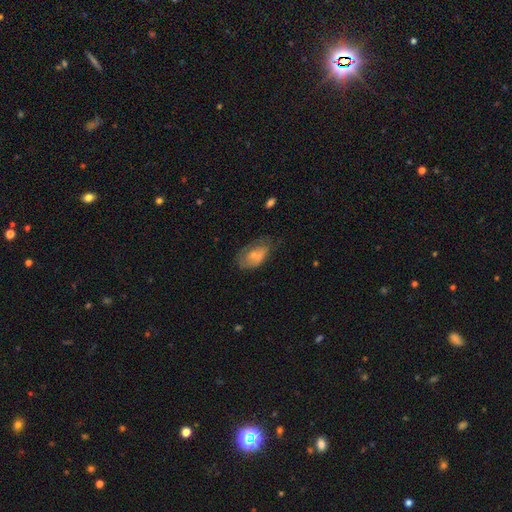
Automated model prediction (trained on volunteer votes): This appears to be a smooth galaxy with no disk features (62%) that is in between round and cigar-shaped (89%). Merging: none (39%).